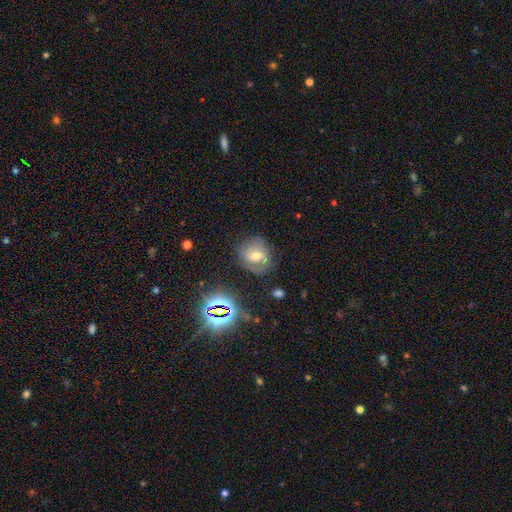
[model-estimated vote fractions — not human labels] Smooth or featured? Predicted: featured or disk (p=0.59). Edge-on disk? Predicted: no (p=0.97). Bar? Predicted: no (p=0.44). Spiral arms? Predicted: yes (p=0.84). Bulge size? Predicted: moderate (p=0.68). Merging? Predicted: none (p=0.69).